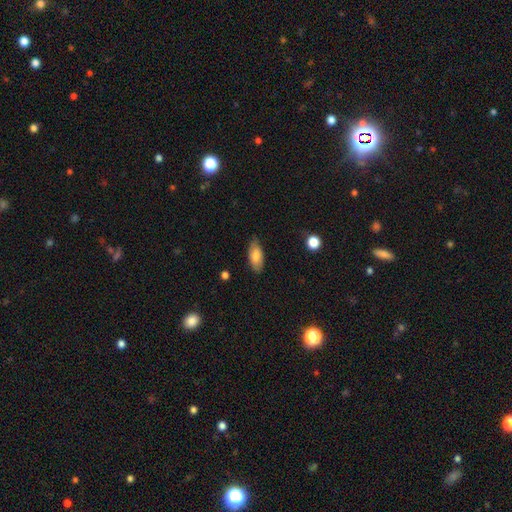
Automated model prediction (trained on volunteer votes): smooth-or-featured: smooth: 76% | featured or disk: 17% | star or artifact: 7%
  how-rounded: in between: 87% | cigar-shaped: 10% | round: 2%
  merging: none: 77% | minor disturbance: 19% | major disturbance: 3% | merger: 1%